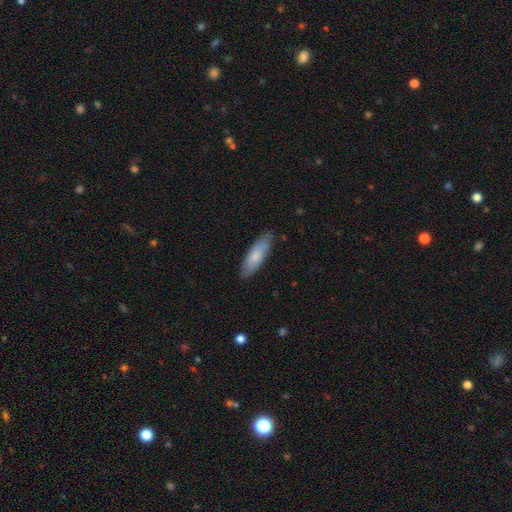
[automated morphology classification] This is likely a smooth galaxy (74%). How rounded: possibly in between (55%). Merging: clearly none (81%).